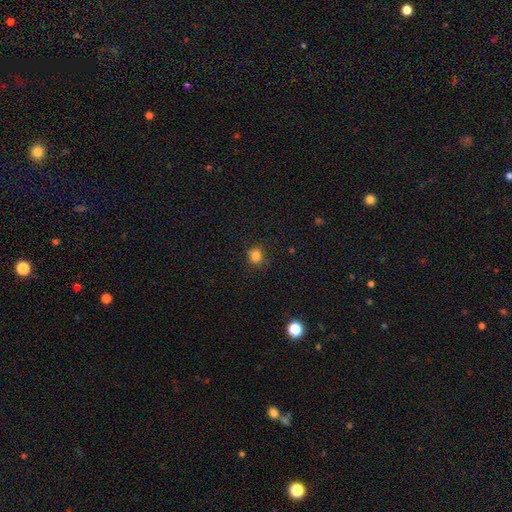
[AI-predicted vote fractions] Overall: smooth (83%). How rounded: round (80%). Merging: none (81%).